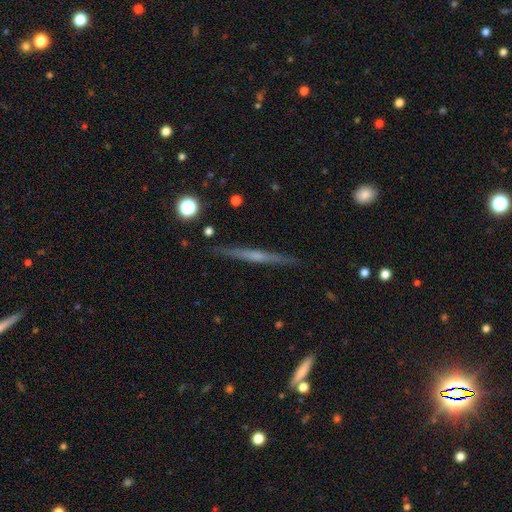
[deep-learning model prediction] smooth-or-featured: featured or disk: 63% | smooth: 30% | star or artifact: 7%
  disk-edge-on: yes: 97% | no: 3%
    edge-on-bulge: none: 57% | rounded: 35% | boxy: 8%
  merging: none: 90% | minor disturbance: 7% | major disturbance: 2% | merger: 1%